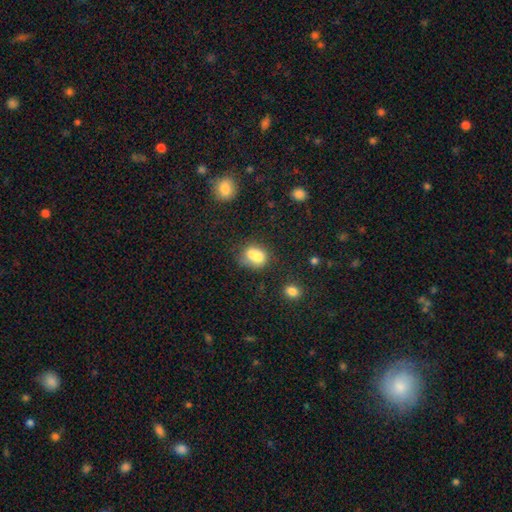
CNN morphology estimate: Smooth or featured? smooth (71%)
How rounded? round (52%)
Merging? merger (55%)